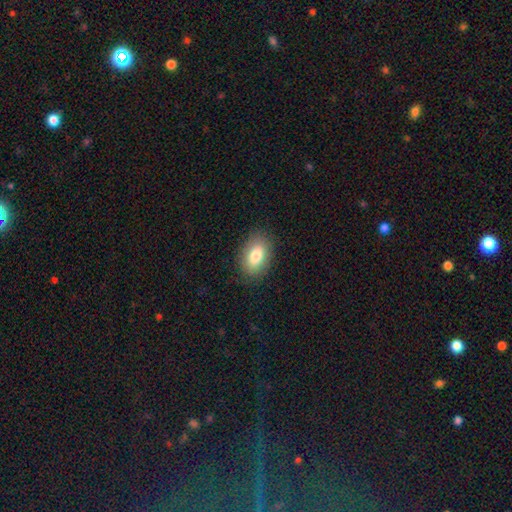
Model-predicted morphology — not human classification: Smooth or featured? Predicted: smooth (p=0.82). How rounded? Predicted: in between (p=0.89). Merging? Predicted: none (p=0.86).